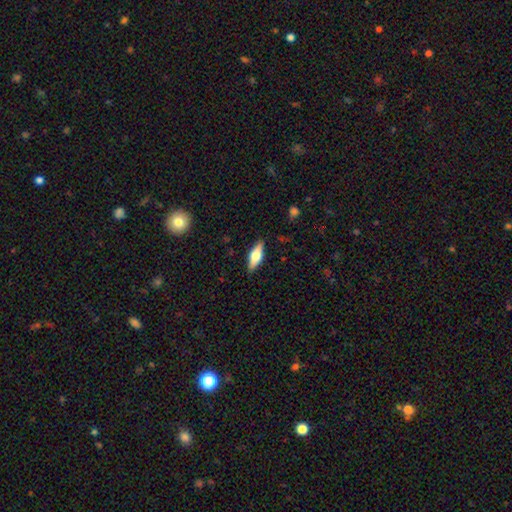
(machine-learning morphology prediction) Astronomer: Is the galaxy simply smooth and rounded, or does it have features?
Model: smooth — 51% (runner-up: featured or disk, 43%).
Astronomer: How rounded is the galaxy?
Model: in between — 67%.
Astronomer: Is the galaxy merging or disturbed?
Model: none — 87%.